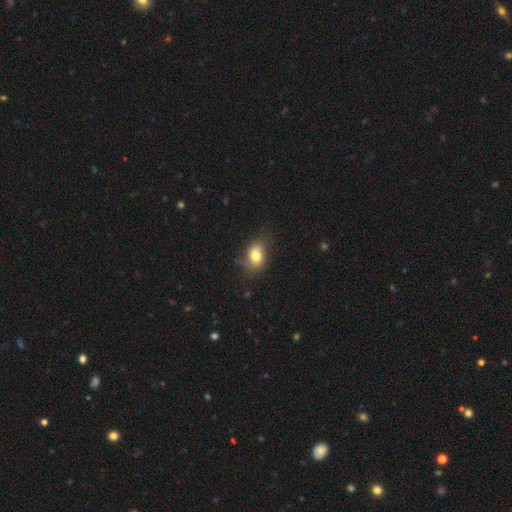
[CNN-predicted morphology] Smooth or featured: smooth — 74% (featured or disk — 17%)
How rounded: in between — 71% (round — 28%)
Merging: none — 60% (minor disturbance — 28%)